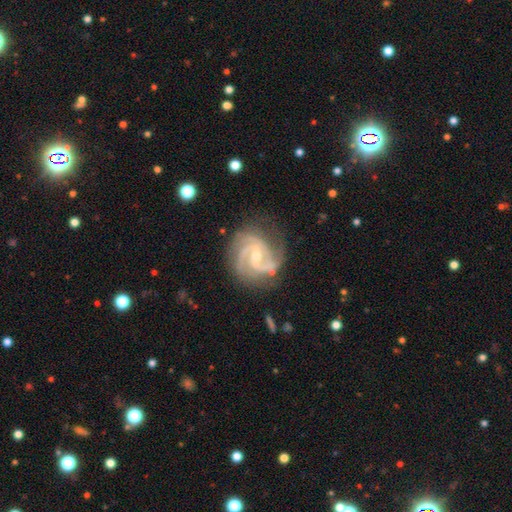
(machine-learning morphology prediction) Smooth or featured? Predicted: featured or disk (p=0.92). Edge-on disk? Predicted: no (p=0.98). Bar? Predicted: weak (p=0.48). Spiral arms? Predicted: yes (p=0.98). Spiral winding? Predicted: medium (p=0.47). Spiral arm count? Predicted: 2 (p=0.41). Bulge size? Predicted: small (p=0.59). Merging? Predicted: none (p=0.71).